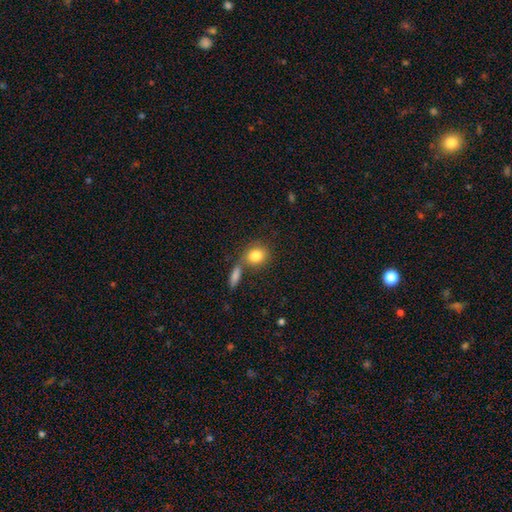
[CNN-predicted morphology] smooth_or_featured: smooth (p=0.83) [alt: featured or disk p=0.09]
how_rounded: round (p=0.62) [alt: in between p=0.36]
merging: none (p=0.56) [alt: merger p=0.28]